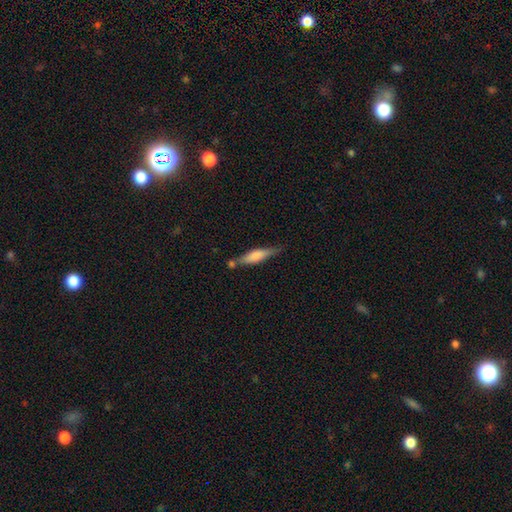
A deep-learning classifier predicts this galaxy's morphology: The model was most divided on "smooth or featured": smooth: 64%, featured or disk: 30%, star or artifact: 6%. More confident: how rounded — cigar-shaped (73%); merging — none (61%).